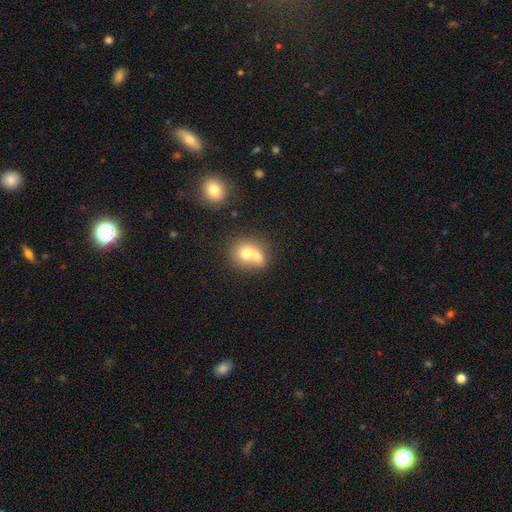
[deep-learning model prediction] A smooth galaxy with no disk features (68%) that is round (70%). Merging: merger (65%).